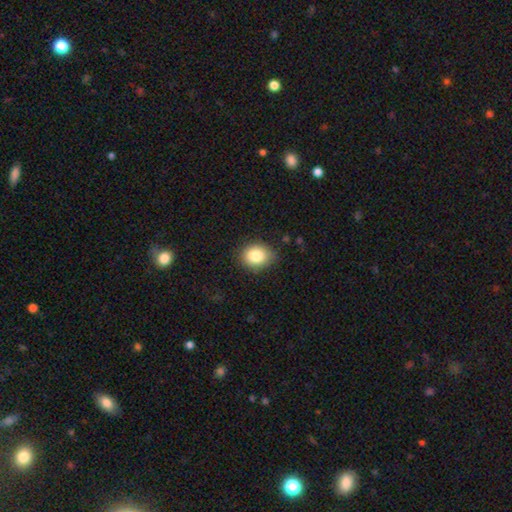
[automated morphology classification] smooth_or_featured: smooth (p=0.84) [alt: star or artifact p=0.09]
how_rounded: round (p=0.57) [alt: in between p=0.42]
merging: none (p=0.80) [alt: minor disturbance p=0.16]